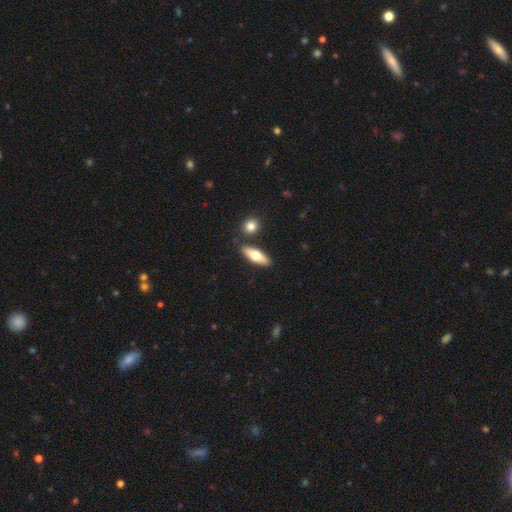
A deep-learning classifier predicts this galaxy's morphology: A smooth galaxy with no disk features (62%) that is in between round and cigar-shaped (58%).

Vote fractions:
- Smooth or featured? smooth: 62% / featured or disk: 33% / star or artifact: 6%
- How rounded? in between: 58% / cigar-shaped: 38% / round: 3%
- Merging? none: 82% / minor disturbance: 9% / merger: 7% / major disturbance: 2%